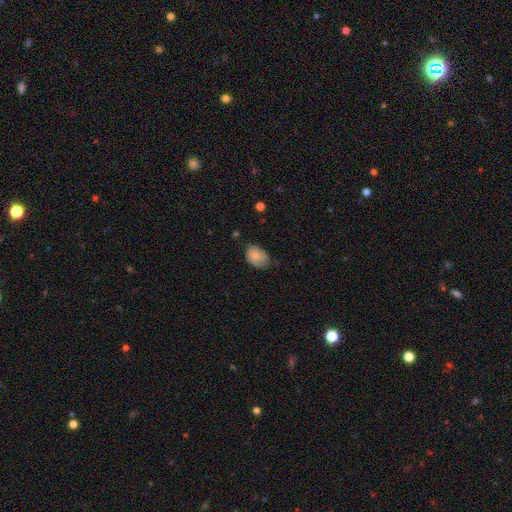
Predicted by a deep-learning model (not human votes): A smooth galaxy with no disk features (79%) that is in between round and cigar-shaped (85%).

Vote fractions:
- Smooth or featured? smooth: 79% / featured or disk: 14% / star or artifact: 7%
- How rounded? in between: 85% / round: 14% / cigar-shaped: 1%
- Merging? none: 58% / minor disturbance: 33% / major disturbance: 7% / merger: 2%